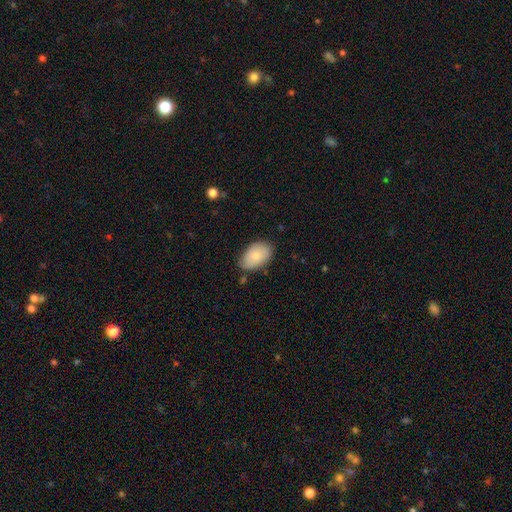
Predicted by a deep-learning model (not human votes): This appears to be a smooth galaxy with no disk features (82%) that is in between round and cigar-shaped (92%). Merging: none (73%).